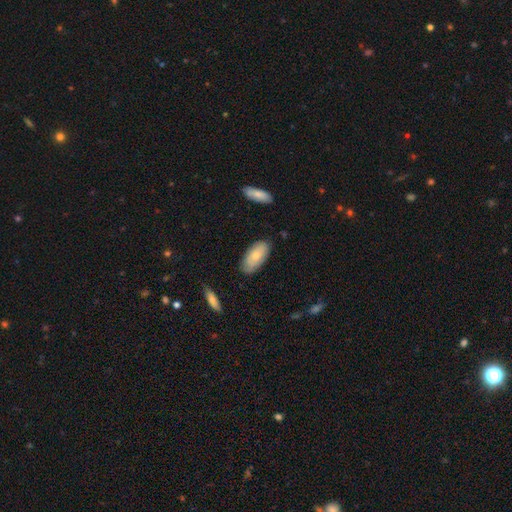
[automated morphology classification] smooth_or_featured: smooth (p=0.71) [alt: featured or disk p=0.23]
how_rounded: in between (p=0.92) [alt: cigar-shaped p=0.05]
merging: none (p=0.77) [alt: minor disturbance p=0.18]